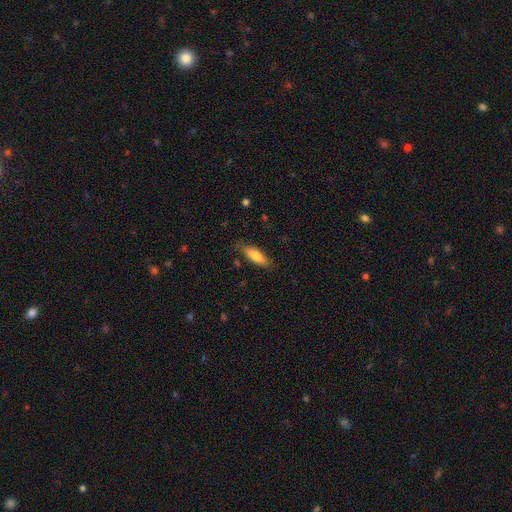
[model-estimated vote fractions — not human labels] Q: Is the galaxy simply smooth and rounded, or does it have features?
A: smooth — 75%.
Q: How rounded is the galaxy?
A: in between — 56%.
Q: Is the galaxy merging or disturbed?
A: none — 78%.